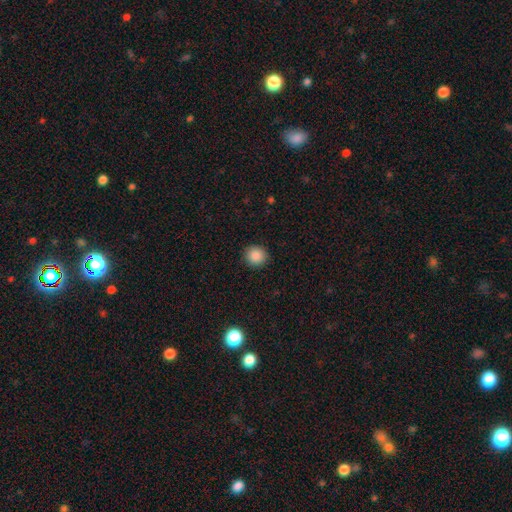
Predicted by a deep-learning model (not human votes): The model was most divided on "smooth or featured": smooth: 88%, star or artifact: 9%, featured or disk: 3%. More confident: how rounded — round (92%); merging — none (91%).